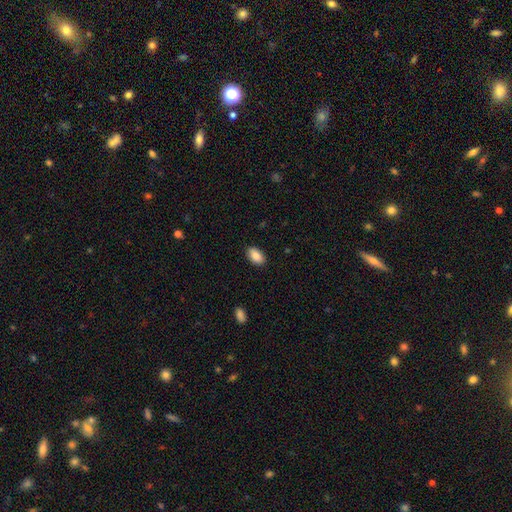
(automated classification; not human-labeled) Smooth or featured? Predicted: smooth (p=0.89). How rounded? Predicted: in between (p=0.93). Merging? Predicted: none (p=0.88).